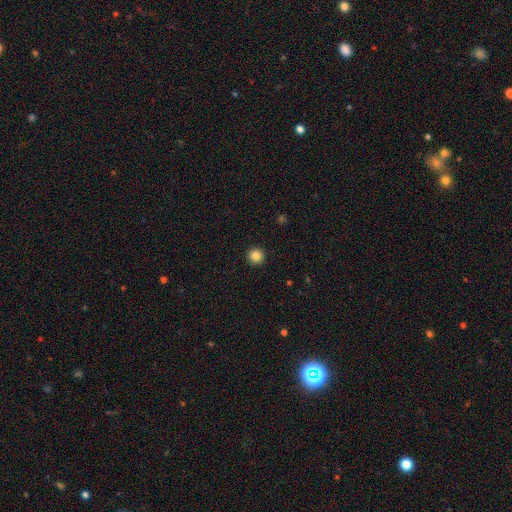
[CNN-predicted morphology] smooth-or-featured: smooth: 86% | star or artifact: 10% | featured or disk: 4%
  how-rounded: round: 95% | in between: 4% | cigar-shaped: 1%
  merging: none: 93% | minor disturbance: 4% | major disturbance: 2% | merger: 1%